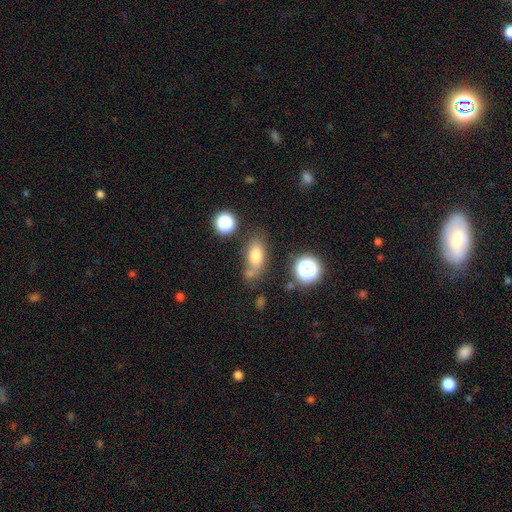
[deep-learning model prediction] A smooth galaxy with no disk features (73%) that is in between round and cigar-shaped (75%).

Vote fractions:
- Smooth or featured? smooth: 73% / featured or disk: 14% / star or artifact: 14%
- How rounded? in between: 75% / round: 15% / cigar-shaped: 10%
- Merging? none: 60% / minor disturbance: 18% / merger: 15% / major disturbance: 7%